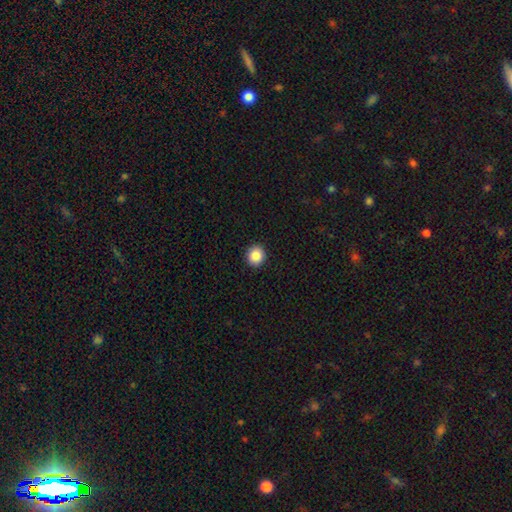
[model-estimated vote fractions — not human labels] This appears to be a smooth galaxy with no disk features (88%) that is round (86%). Merging: none (92%).